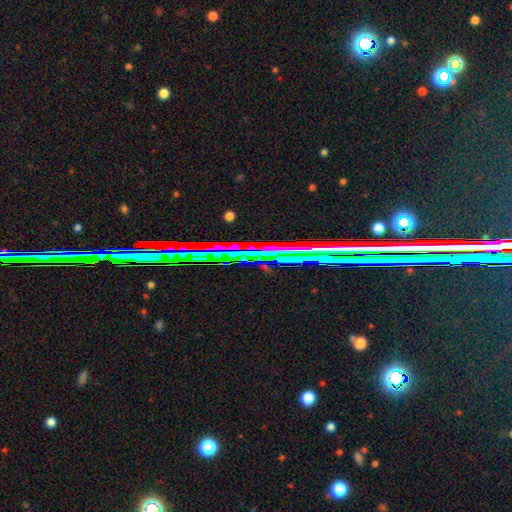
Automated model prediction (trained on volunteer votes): Smooth or featured? star or artifact (72%)